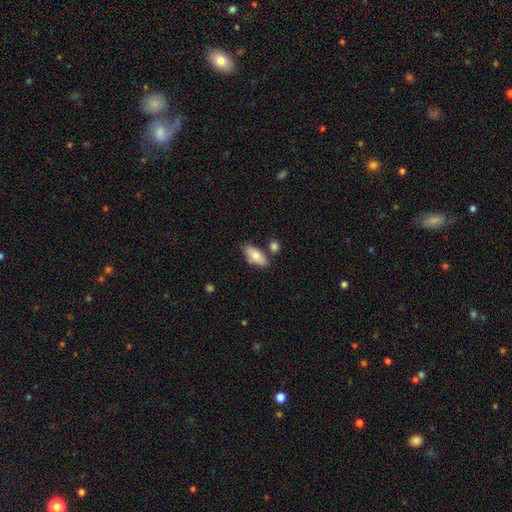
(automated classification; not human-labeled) A smooth galaxy with no disk features (80%) that is in between round and cigar-shaped (86%).

Vote fractions:
- Smooth or featured? smooth: 80% / featured or disk: 14% / star or artifact: 6%
- How rounded? in between: 86% / cigar-shaped: 11% / round: 3%
- Merging? none: 73% / minor disturbance: 15% / merger: 9% / major disturbance: 3%